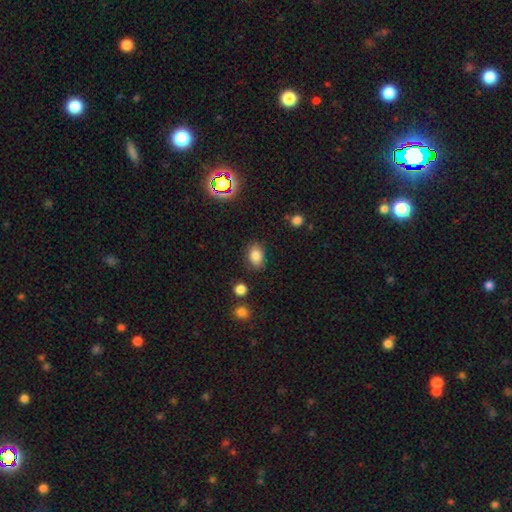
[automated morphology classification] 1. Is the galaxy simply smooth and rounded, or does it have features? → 82% smooth, 11% star or artifact, 7% featured or disk.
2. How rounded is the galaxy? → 78% in between, 21% round, 1% cigar-shaped.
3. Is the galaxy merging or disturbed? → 82% none, 12% minor disturbance, 3% major disturbance, 2% merger.